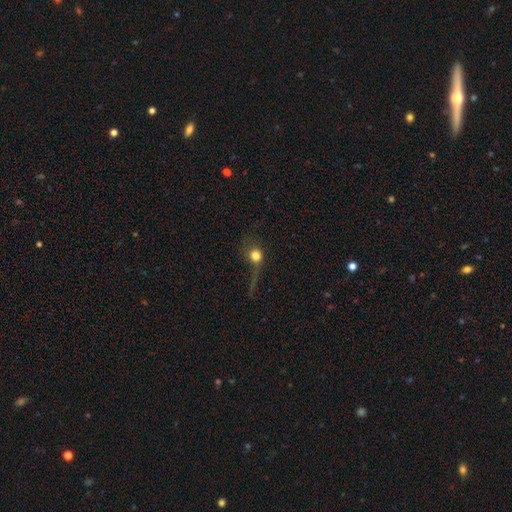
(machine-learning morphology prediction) Smooth or featured? Predicted: smooth (p=0.66). How rounded? Predicted: round (p=0.83). Merging? Predicted: major disturbance (p=0.39).